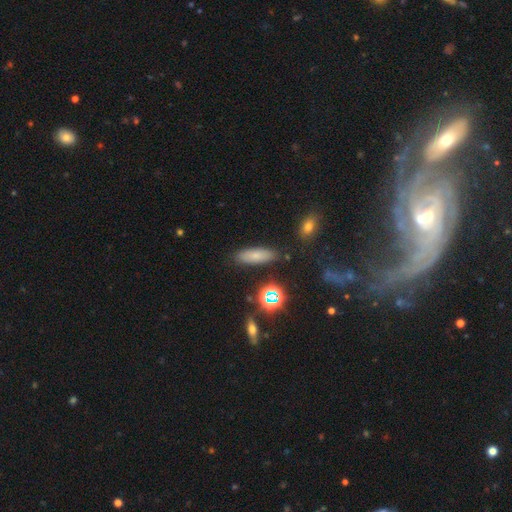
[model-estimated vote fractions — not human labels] Q: Smooth or featured?
A: smooth (74%); runner-up: star or artifact (13%)
Q: How rounded?
A: in between (52%); runner-up: cigar-shaped (44%)
Q: Merging?
A: none (84%); runner-up: minor disturbance (10%)